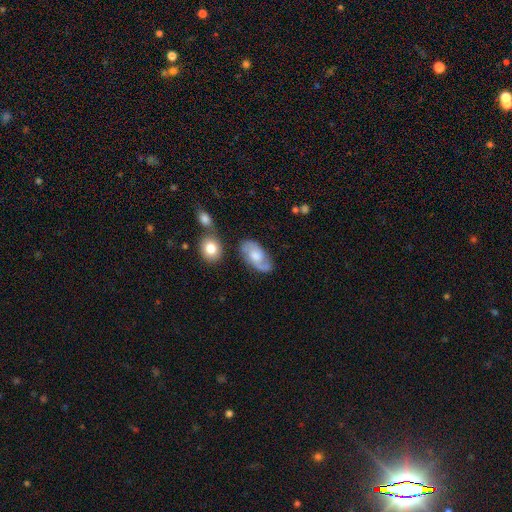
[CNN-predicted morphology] This is likely a featured or disk galaxy (64%). It is clearly not viewed edge-on (94%). Bar: likely no (67%). Spiral arm pattern: clearly yes (85%). Spiral arm count: likely 2 (79%). Spiral winding: possibly medium (47%). Central bulge: possibly moderate (51%). Merging: likely none (70%).